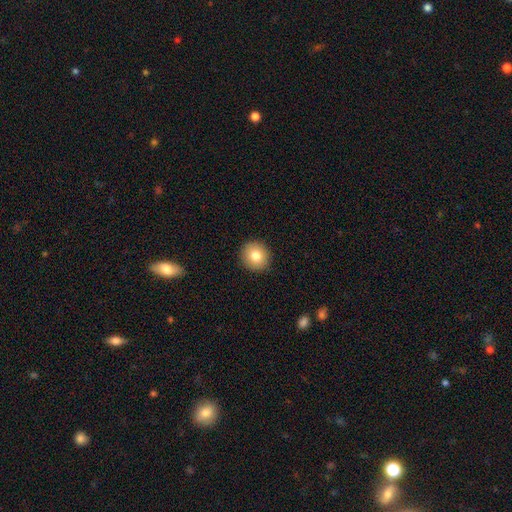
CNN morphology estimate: Overall: smooth (80%). How rounded: round (87%). Merging: none (92%).